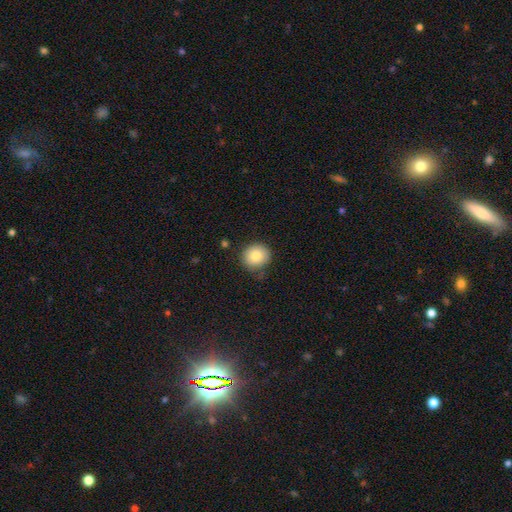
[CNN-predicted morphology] Overall: smooth (84%). How rounded: round (84%). Merging: none (81%).